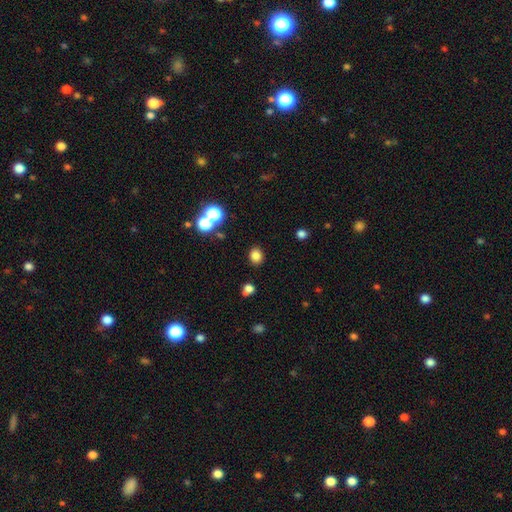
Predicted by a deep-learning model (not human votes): Smooth or featured? smooth (81%)
How rounded? round (55%)
Merging? none (85%)